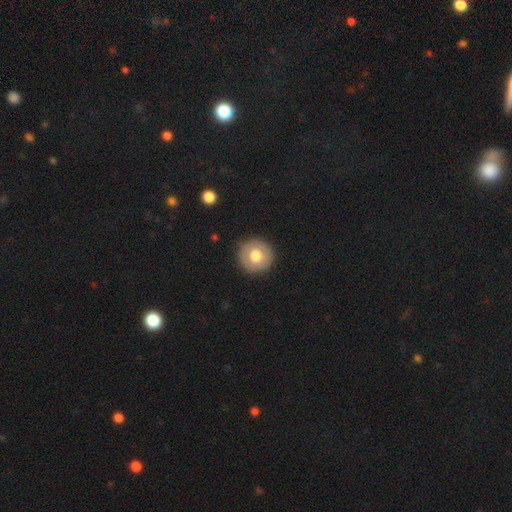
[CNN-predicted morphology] smooth 66%, featured or disk 27%, star or artifact 7%. Down the decision tree: how rounded — round (95%); merging — none (90%).